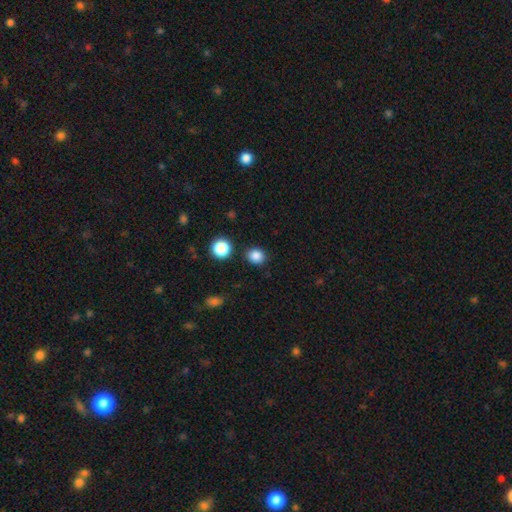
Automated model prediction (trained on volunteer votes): Overall: smooth (85%). How rounded: round (80%). Merging: none (86%).